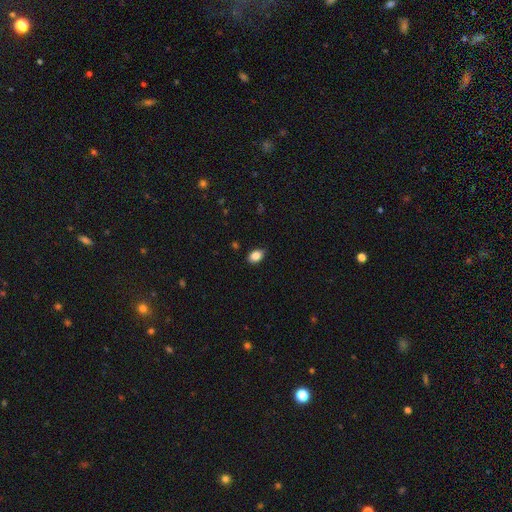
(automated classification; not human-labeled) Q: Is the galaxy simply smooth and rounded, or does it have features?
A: smooth — 87%.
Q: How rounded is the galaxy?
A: in between — 84%.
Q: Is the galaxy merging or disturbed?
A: none — 85%.